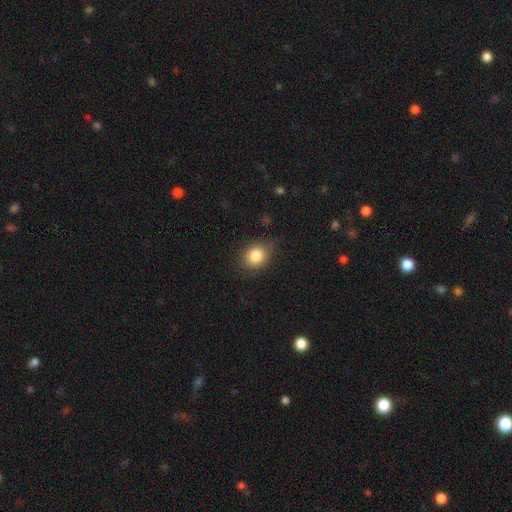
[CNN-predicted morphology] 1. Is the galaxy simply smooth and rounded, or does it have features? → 83% smooth, 10% star or artifact, 7% featured or disk.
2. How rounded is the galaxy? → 66% round, 33% in between, 1% cigar-shaped.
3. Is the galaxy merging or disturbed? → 76% none, 18% minor disturbance, 4% major disturbance, 1% merger.